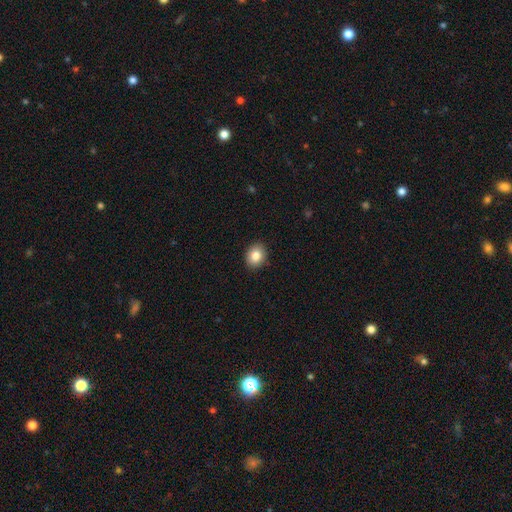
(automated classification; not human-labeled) Q: Smooth or featured?
A: smooth (84%); runner-up: star or artifact (9%)
Q: How rounded?
A: round (56%); runner-up: in between (43%)
Q: Merging?
A: none (90%); runner-up: minor disturbance (7%)